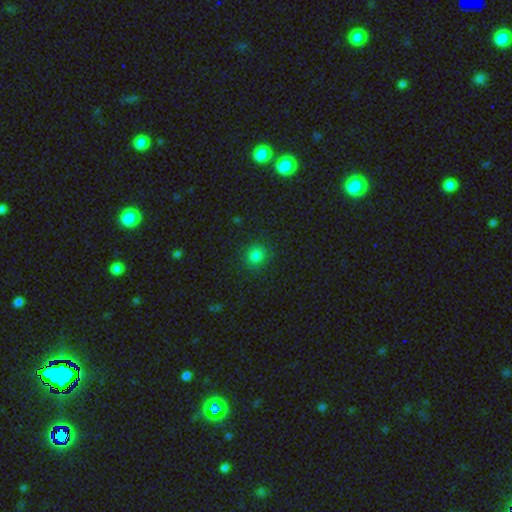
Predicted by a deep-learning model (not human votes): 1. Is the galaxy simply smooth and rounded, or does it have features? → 82% smooth, 14% star or artifact, 4% featured or disk.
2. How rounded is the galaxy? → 85% round, 14% in between, 1% cigar-shaped.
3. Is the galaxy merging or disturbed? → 88% none, 8% minor disturbance, 3% major disturbance, 1% merger.